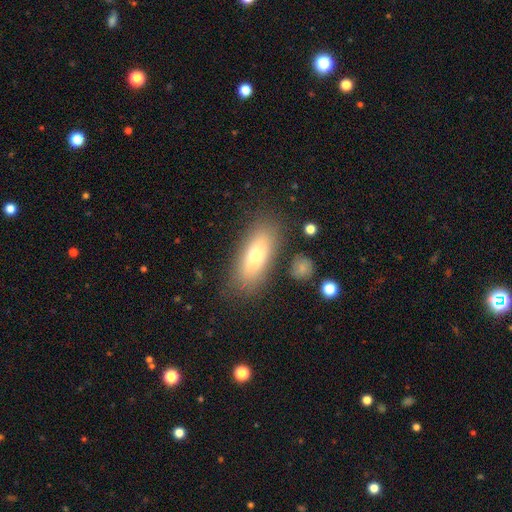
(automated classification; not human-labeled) Smooth or featured: smooth — 66% (featured or disk — 24%)
How rounded: in between — 68% (cigar-shaped — 29%)
Merging: none — 81% (minor disturbance — 12%)